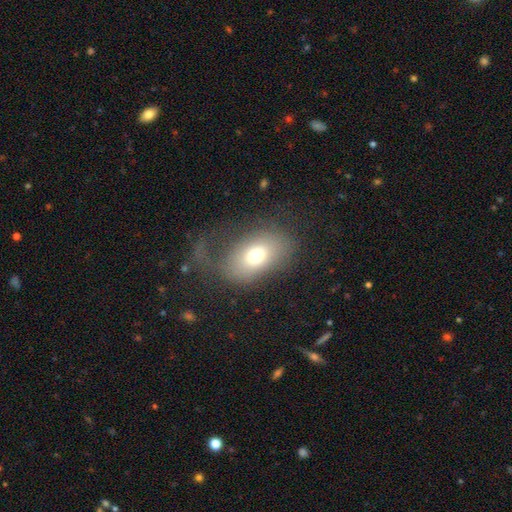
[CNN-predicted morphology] This is likely a smooth galaxy (68%). How rounded: clearly in between (80%). Merging: marginally none (39%, tied with major disturbance).